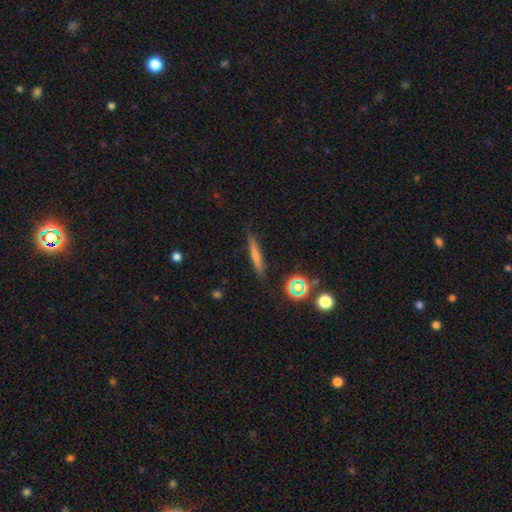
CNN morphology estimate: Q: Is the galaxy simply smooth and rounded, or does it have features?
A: smooth — 67%.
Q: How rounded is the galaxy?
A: cigar-shaped — 88%.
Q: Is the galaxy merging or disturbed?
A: none — 82%.